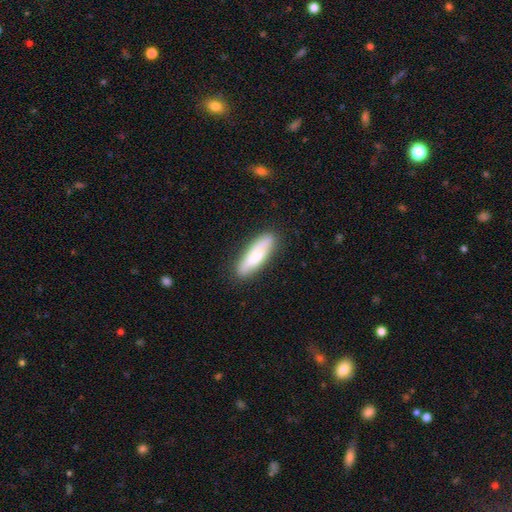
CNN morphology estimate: A smooth galaxy with no disk features (72%) that is cigar-shaped (62%).

Vote fractions:
- Smooth or featured? smooth: 72% / featured or disk: 22% / star or artifact: 6%
- How rounded? cigar-shaped: 62% / in between: 37% / round: 2%
- Merging? none: 83% / minor disturbance: 13% / major disturbance: 2% / merger: 2%